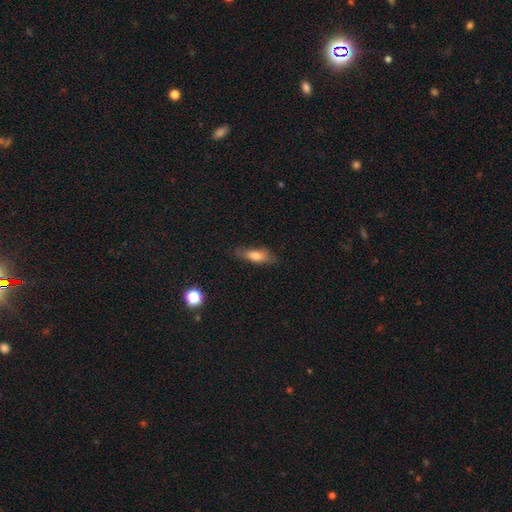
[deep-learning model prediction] This is likely a smooth galaxy (71%). How rounded: possibly in between (50%). Merging: likely none (78%).